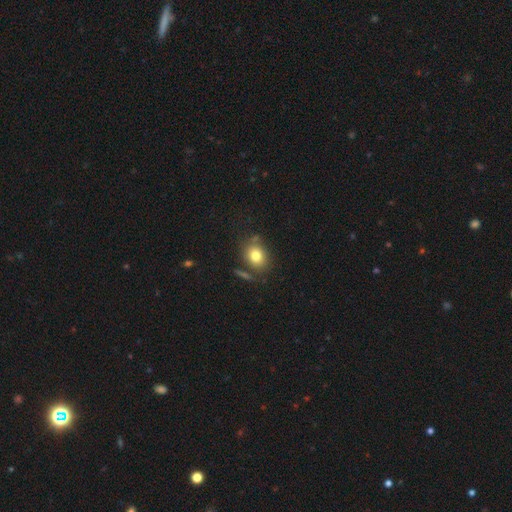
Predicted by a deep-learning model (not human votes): Smooth or featured? smooth (79%)
How rounded? round (52%)
Merging? none (71%)